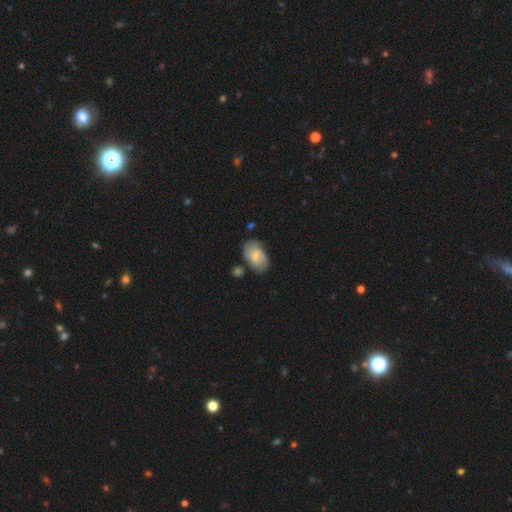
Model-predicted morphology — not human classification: type=smooth (64%); roundness=in between (91%); merging=none (66%).